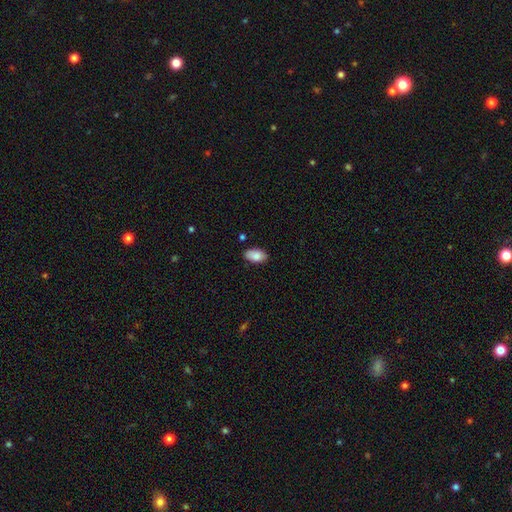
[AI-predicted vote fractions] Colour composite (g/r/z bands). It shows a smooth galaxy with no disk features (86%) that is in between round and cigar-shaped (94%). Merging: none (83%).